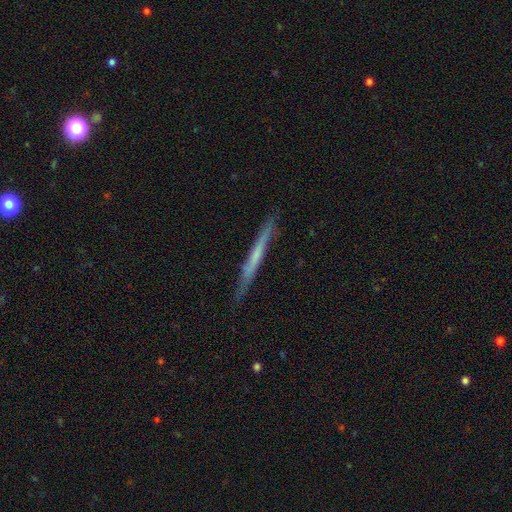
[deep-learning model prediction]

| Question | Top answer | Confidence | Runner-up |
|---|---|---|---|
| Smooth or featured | featured or disk | 53% | smooth (41%) |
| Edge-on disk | yes | 96% | no (4%) |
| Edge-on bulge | none | 81% | rounded (12%) |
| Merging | none | 87% | minor disturbance (10%) |